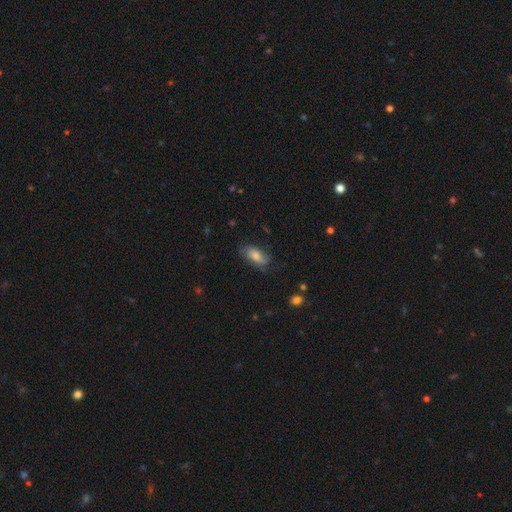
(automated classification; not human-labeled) A smooth galaxy with no disk features (67%) that is in between round and cigar-shaped (87%). Merging: none (72%).